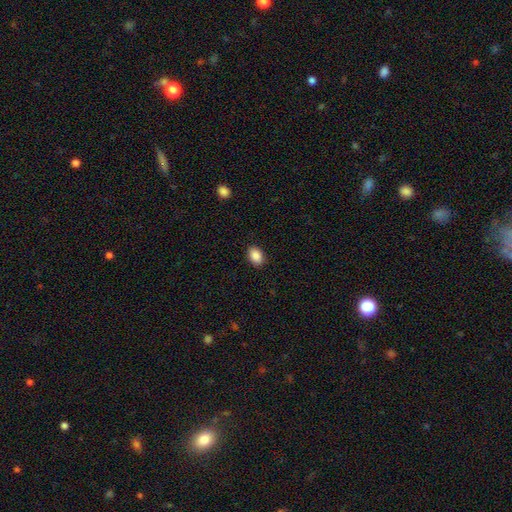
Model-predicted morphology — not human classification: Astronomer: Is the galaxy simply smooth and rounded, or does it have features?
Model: smooth — 89%.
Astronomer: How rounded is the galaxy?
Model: in between — 81%.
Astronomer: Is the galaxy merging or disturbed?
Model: none — 90%.